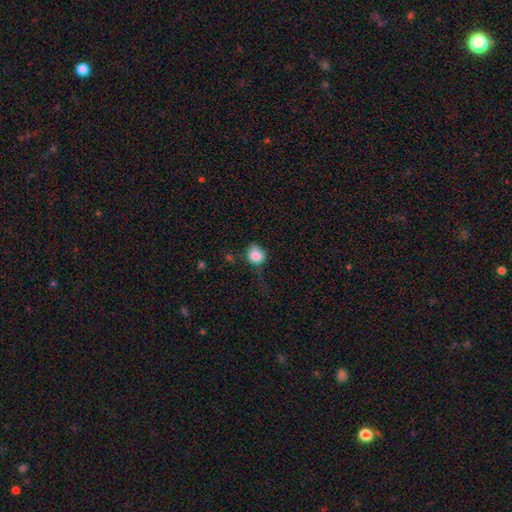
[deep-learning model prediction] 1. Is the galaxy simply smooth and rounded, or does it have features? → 82% smooth, 10% star or artifact, 9% featured or disk.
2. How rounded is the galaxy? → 66% round, 33% in between, 1% cigar-shaped.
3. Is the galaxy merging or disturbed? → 43% none, 34% minor disturbance, 20% major disturbance, 3% merger.